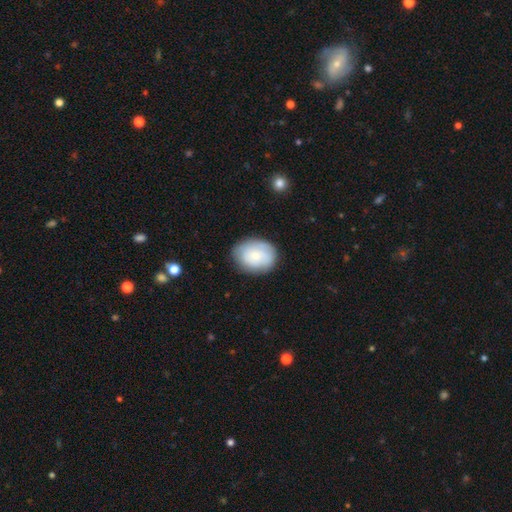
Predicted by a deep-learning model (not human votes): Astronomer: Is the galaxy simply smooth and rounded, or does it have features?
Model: smooth — 72%.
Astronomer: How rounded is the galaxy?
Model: in between — 64%.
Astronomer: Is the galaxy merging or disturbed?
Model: none — 77%.